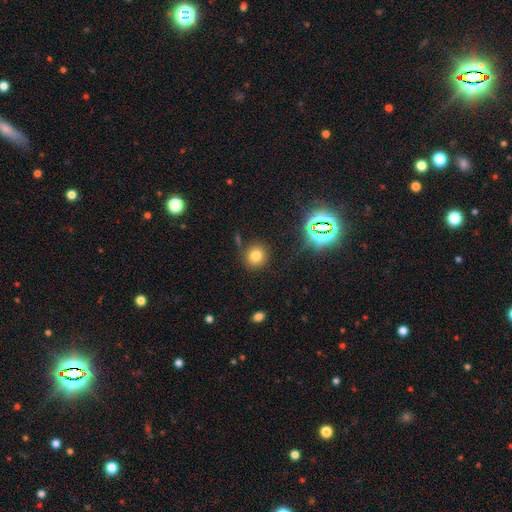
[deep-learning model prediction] This is likely a smooth galaxy (74%). How rounded: clearly round (88%). Merging: clearly none (81%).